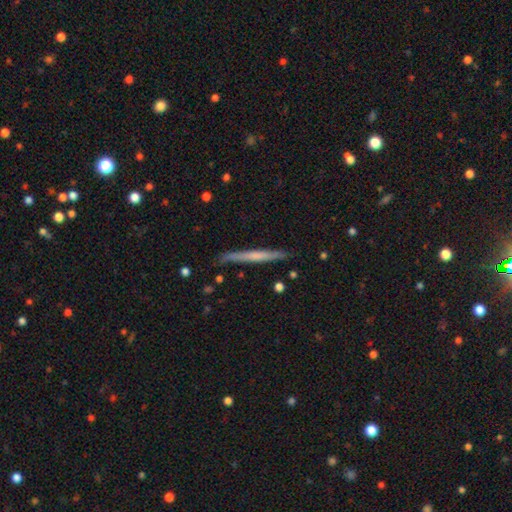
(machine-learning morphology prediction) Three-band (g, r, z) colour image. It shows a smooth galaxy with no disk features (48%). Merging: none (86%).